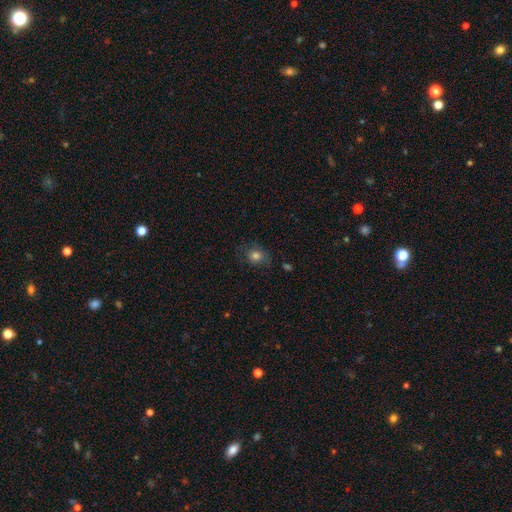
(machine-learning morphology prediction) Smooth or featured? smooth (79%)
How rounded? round (65%)
Merging? none (71%)